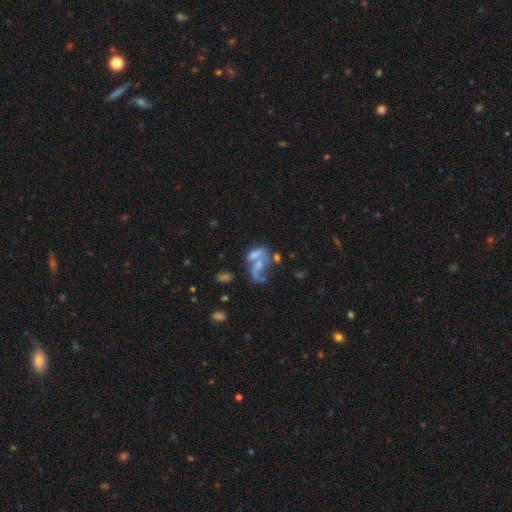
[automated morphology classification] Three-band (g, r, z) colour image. It shows a featured or disk galaxy (57%) with no bar (63%), spiral arms (51%) and no central bulge (38%). Merging: merger (43%).